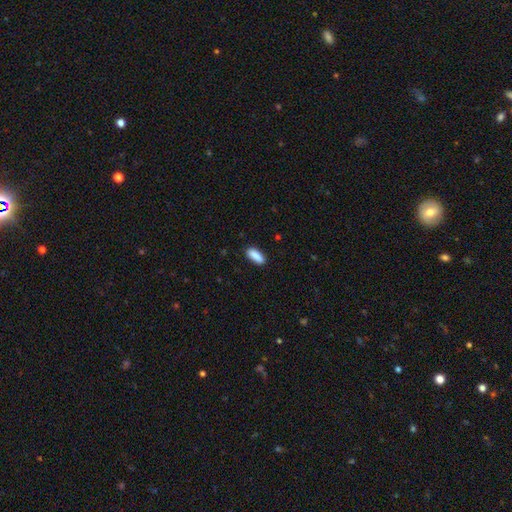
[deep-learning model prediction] The model was most divided on "how rounded": in between: 71%, cigar-shaped: 27%, round: 2%. More confident: smooth or featured — smooth (89%); merging — none (87%).